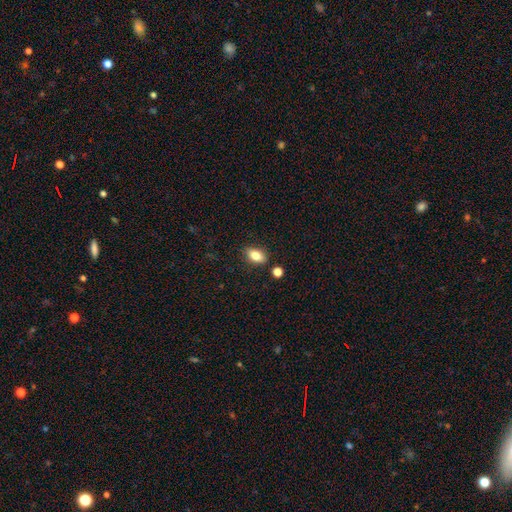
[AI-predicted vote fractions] A smooth galaxy with no disk features (82%) that is in between round and cigar-shaped (87%).

Vote fractions:
- Smooth or featured? smooth: 82% / featured or disk: 9% / star or artifact: 9%
- How rounded? in between: 87% / round: 9% / cigar-shaped: 4%
- Merging? none: 83% / minor disturbance: 11% / merger: 4% / major disturbance: 2%